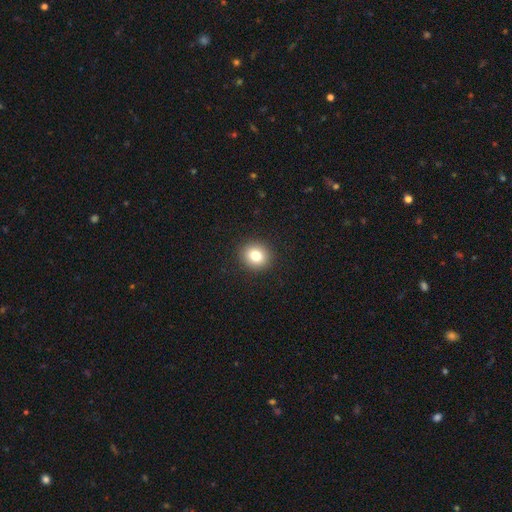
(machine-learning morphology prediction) Q: Smooth or featured?
A: smooth (80%); runner-up: star or artifact (11%)
Q: How rounded?
A: round (84%); runner-up: in between (15%)
Q: Merging?
A: none (92%); runner-up: minor disturbance (5%)